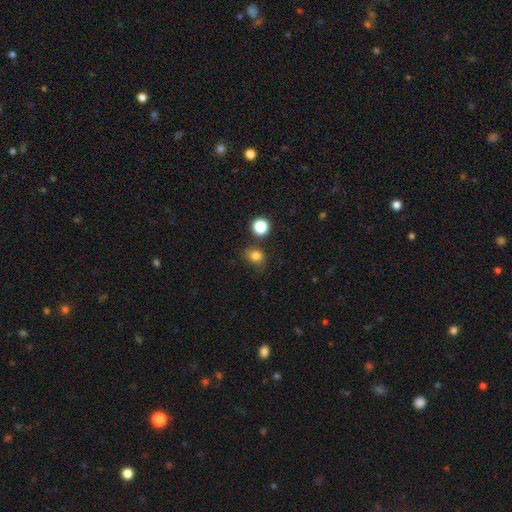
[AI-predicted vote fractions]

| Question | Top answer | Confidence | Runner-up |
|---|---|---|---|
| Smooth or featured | smooth | 80% | star or artifact (14%) |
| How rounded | round | 66% | in between (33%) |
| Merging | none | 72% | minor disturbance (16%) |